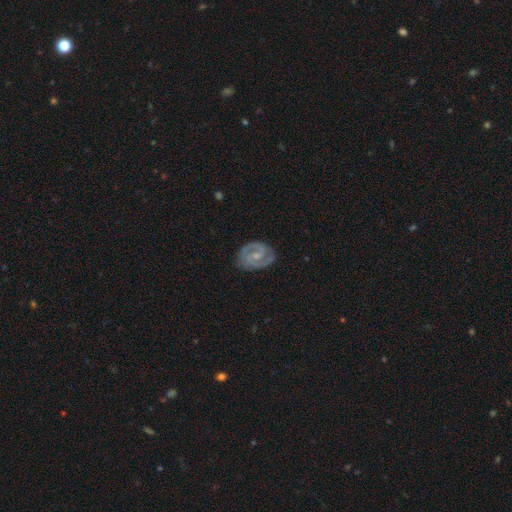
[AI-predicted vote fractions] Overall: featured or disk (89%). Edge-on disk: no (98%). Bar: weak (46%; no 41%). Spiral arms: yes (97%). Spiral arm count: 2 (91%). Spiral winding: tight (49%; medium 44%). Bulge size: small (60%; moderate 31%). Merging: none (82%).